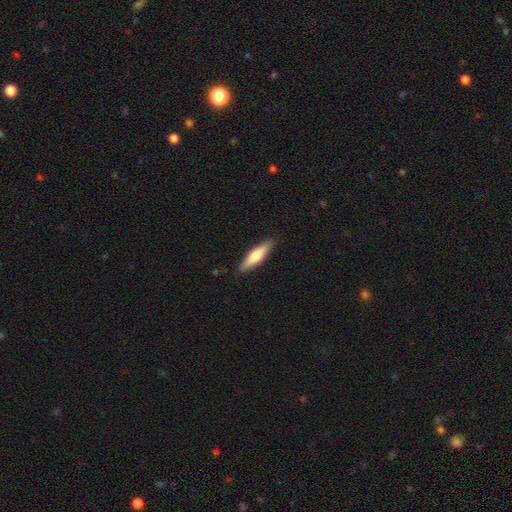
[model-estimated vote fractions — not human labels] smooth-or-featured: smooth: 61% | featured or disk: 34% | star or artifact: 5%
  how-rounded: cigar-shaped: 69% | in between: 29% | round: 2%
  merging: none: 89% | minor disturbance: 9% | major disturbance: 2% | merger: 1%